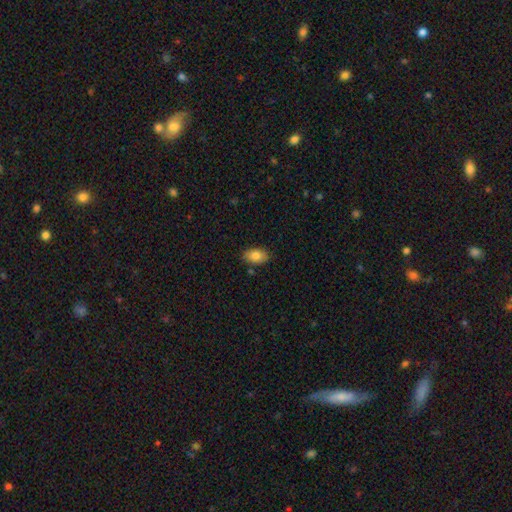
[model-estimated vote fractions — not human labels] Smooth or featured? smooth (85%)
How rounded? in between (91%)
Merging? none (83%)